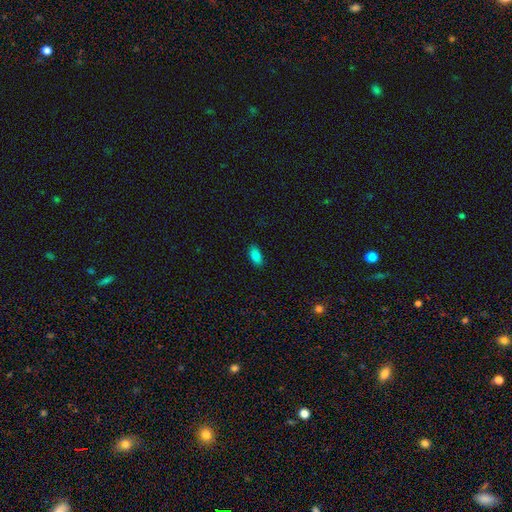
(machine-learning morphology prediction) Smooth or featured? smooth (86%)
How rounded? in between (91%)
Merging? none (87%)